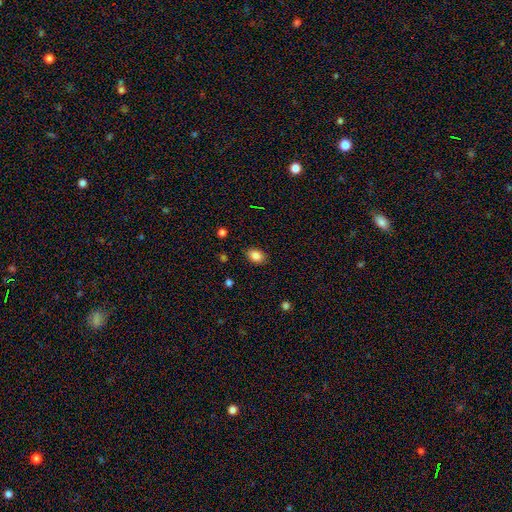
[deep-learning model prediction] This appears to be a smooth galaxy with no disk features (86%) that is in between round and cigar-shaped (75%). Merging: none (86%).